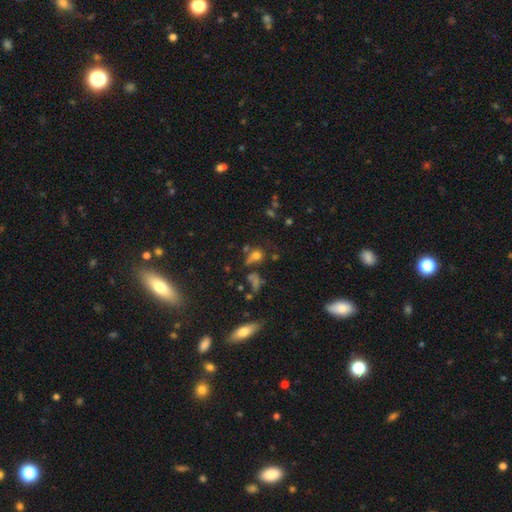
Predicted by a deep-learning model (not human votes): Smooth or featured?
  - smooth: 62% *
  - star or artifact: 24%
  - featured or disk: 13%
How rounded?
  - round: 63% *
  - in between: 33%
  - cigar-shaped: 4%
Merging?
  - none: 48% *
  - merger: 19%
  - minor disturbance: 17%
  - major disturbance: 16%